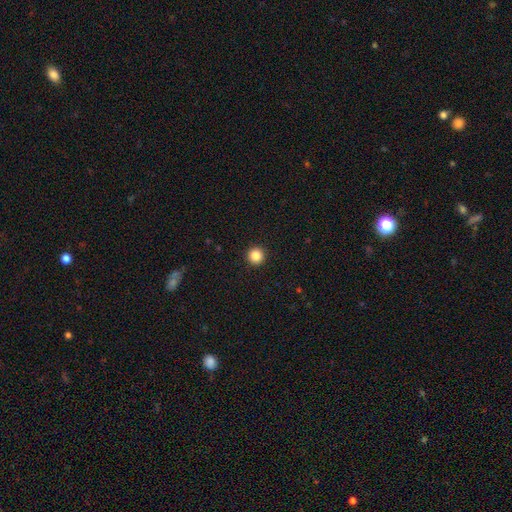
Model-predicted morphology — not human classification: A smooth galaxy with no disk features (85%) that is round (96%). Merging: none (94%).